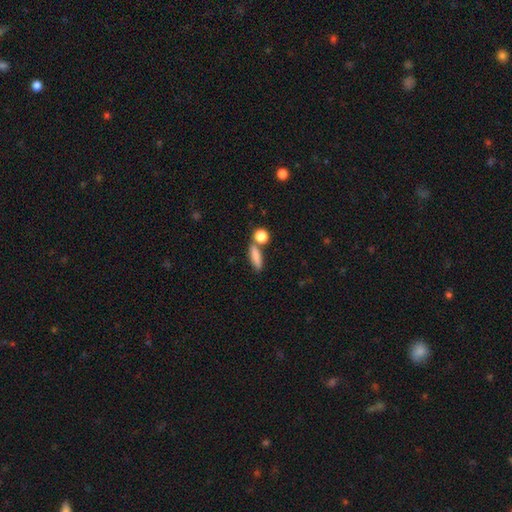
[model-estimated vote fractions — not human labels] Overall: smooth (82%). How rounded: cigar-shaped (51%; in between 36%). Merging: none (64%).